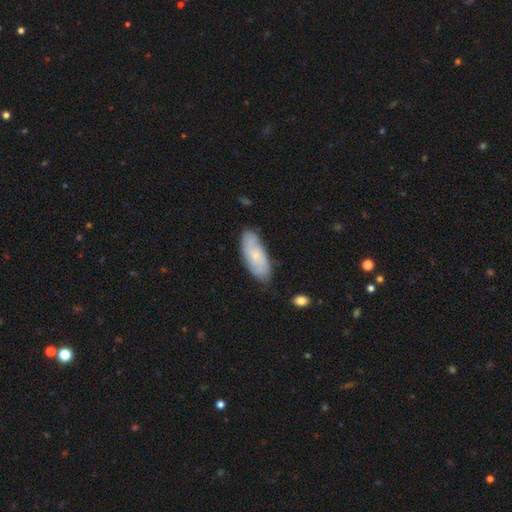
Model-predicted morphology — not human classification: Smooth or featured? smooth (49%)
Merging? none (76%)